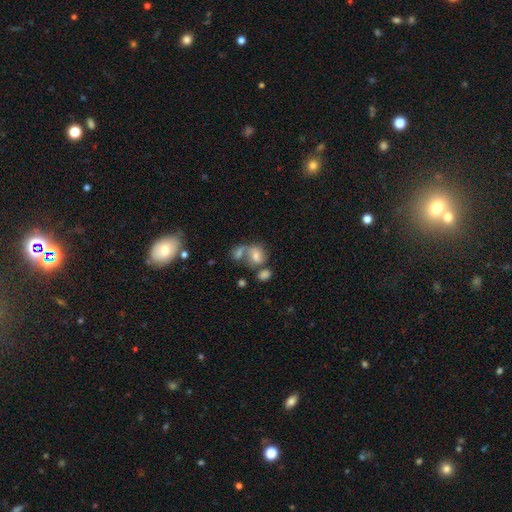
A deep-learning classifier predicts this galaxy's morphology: Smooth or featured?
  - smooth: 48% *
  - featured or disk: 36%
  - star or artifact: 16%
Merging?
  - merger: 45% *
  - none: 28%
  - major disturbance: 14%
  - minor disturbance: 13%